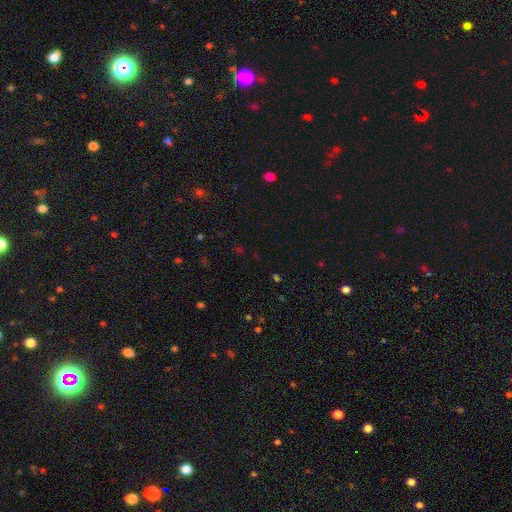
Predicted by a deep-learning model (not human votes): A star or artifact, not a galaxy (62%).